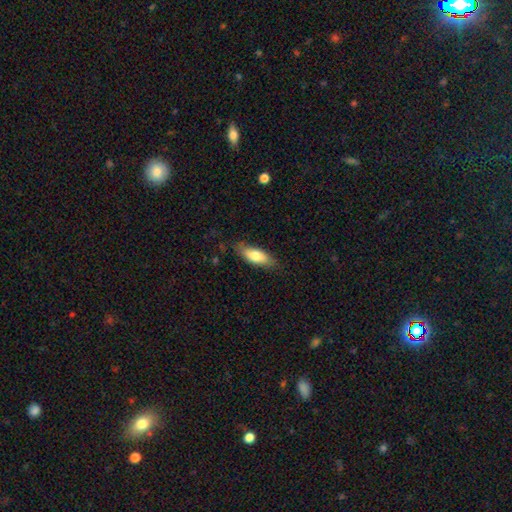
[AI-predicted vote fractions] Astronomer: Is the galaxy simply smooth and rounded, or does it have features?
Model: smooth — 75%.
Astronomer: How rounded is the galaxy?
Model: in between — 73%.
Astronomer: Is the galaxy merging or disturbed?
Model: none — 78%.